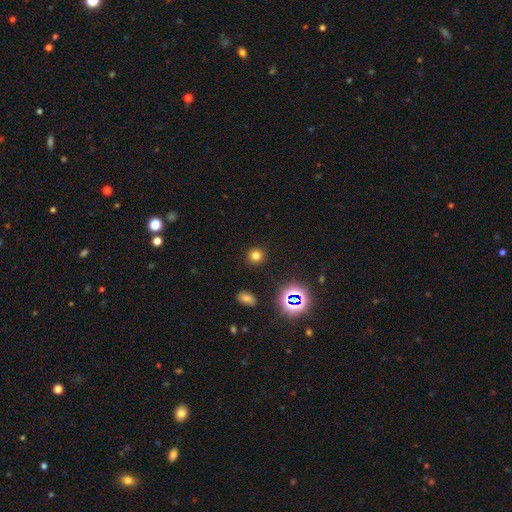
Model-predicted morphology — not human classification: Smooth or featured?
  - smooth: 73% *
  - star or artifact: 22%
  - featured or disk: 6%
How rounded?
  - round: 90% *
  - in between: 8%
  - cigar-shaped: 1%
Merging?
  - none: 91% *
  - minor disturbance: 6%
  - major disturbance: 2%
  - merger: 1%